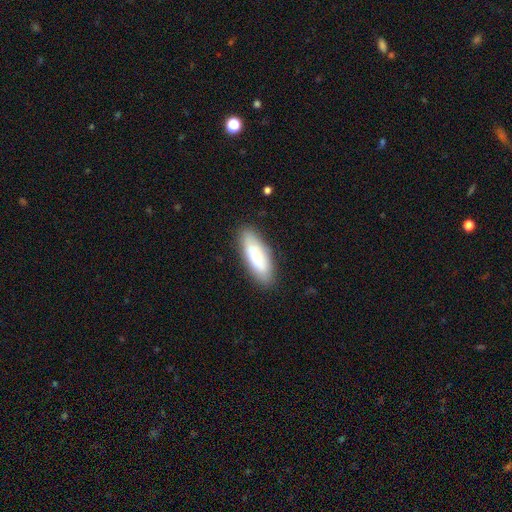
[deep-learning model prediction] This is likely a smooth galaxy (79%). How rounded: possibly in between (60%). Merging: clearly none (84%).